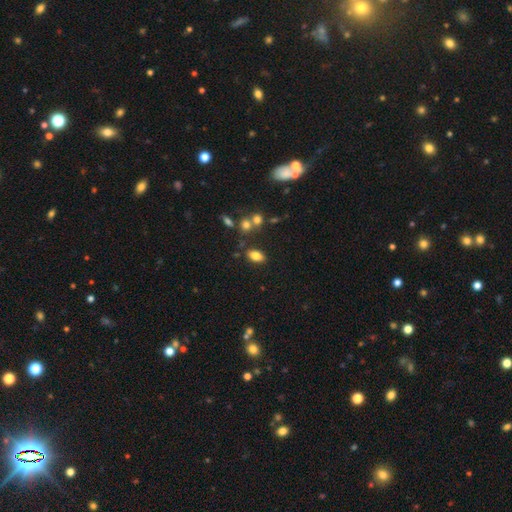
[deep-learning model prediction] A smooth galaxy with no disk features (80%) that is in between round and cigar-shaped (88%).

Vote fractions:
- Smooth or featured? smooth: 80% / star or artifact: 11% / featured or disk: 10%
- How rounded? in between: 88% / round: 7% / cigar-shaped: 4%
- Merging? none: 77% / minor disturbance: 12% / merger: 8% / major disturbance: 3%